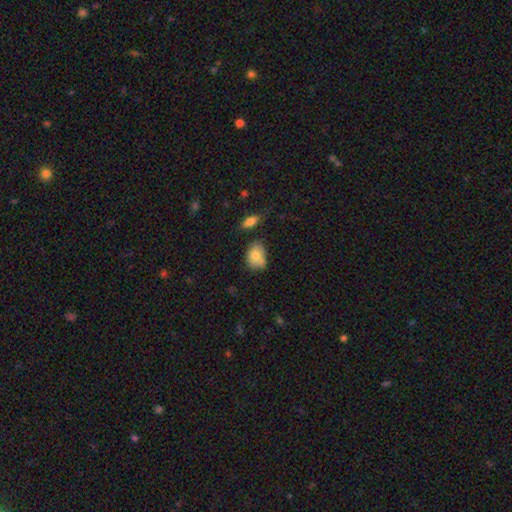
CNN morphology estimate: Smooth or featured? smooth (75%)
How rounded? in between (61%)
Merging? none (54%)